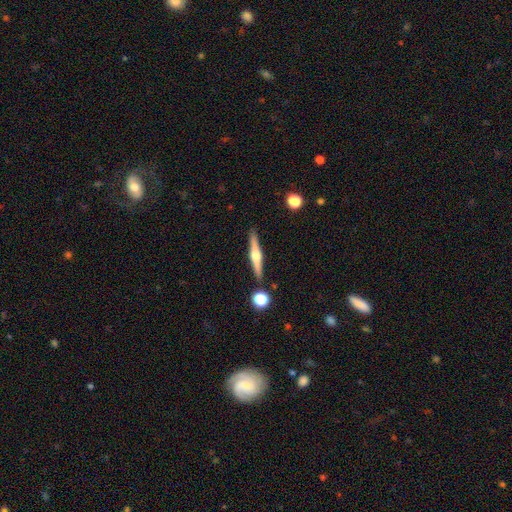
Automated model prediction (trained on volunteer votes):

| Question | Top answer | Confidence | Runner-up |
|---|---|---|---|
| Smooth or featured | featured or disk | 70% | smooth (24%) |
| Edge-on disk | yes | 98% | no (2%) |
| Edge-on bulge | rounded | 92% | boxy (5%) |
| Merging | none | 88% | minor disturbance (7%) |